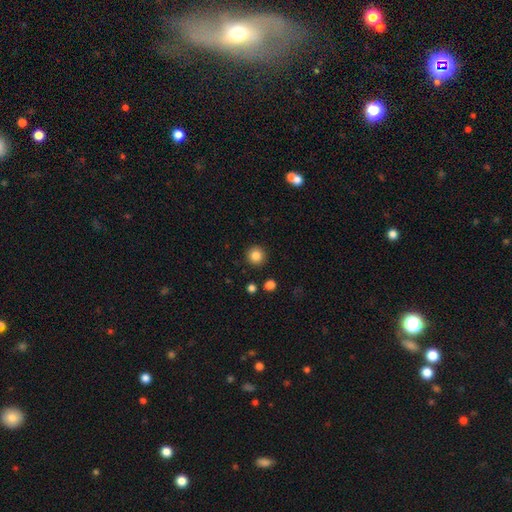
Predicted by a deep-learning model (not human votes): smooth 85%, star or artifact 10%, featured or disk 5%. Down the decision tree: how rounded — round (95%); merging — none (92%).